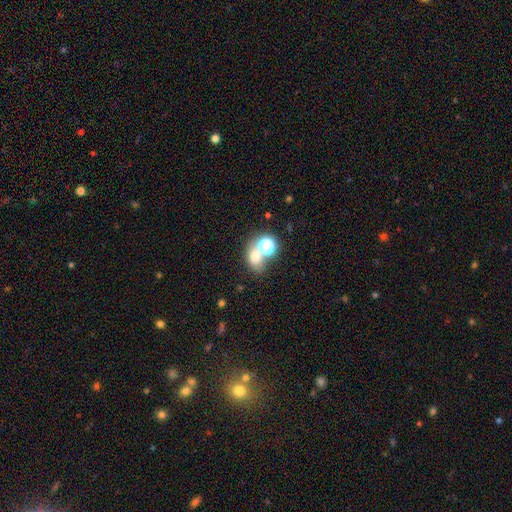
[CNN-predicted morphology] The model was most divided on "merging": none: 46%, merger: 38%, minor disturbance: 10%, major disturbance: 6%. More confident: smooth or featured — smooth (64%); how rounded — round (54%).